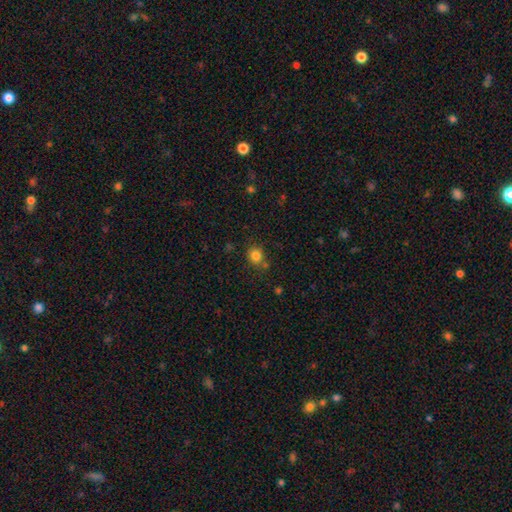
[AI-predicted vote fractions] Smooth or featured? smooth (82%)
How rounded? round (81%)
Merging? none (74%)